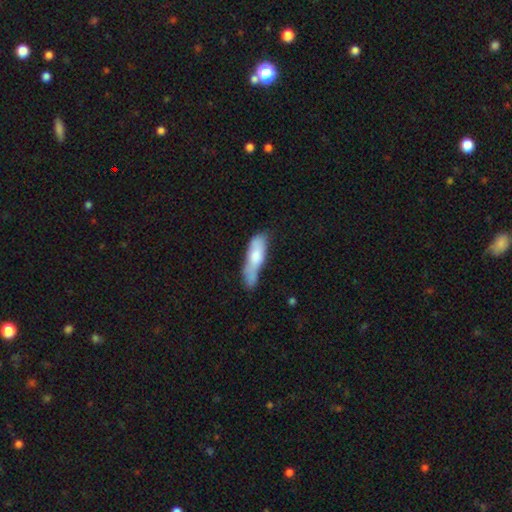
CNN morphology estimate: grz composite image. It shows a smooth galaxy with no disk features (70%) that is cigar-shaped (56%). Merging: none (35%).